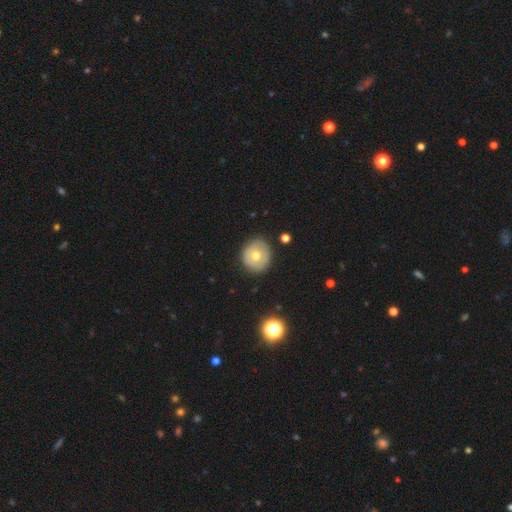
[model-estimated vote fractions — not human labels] A smooth galaxy with no disk features (61%) that is round (89%).

Vote fractions:
- Smooth or featured? smooth: 61% / featured or disk: 30% / star or artifact: 9%
- How rounded? round: 89% / in between: 10% / cigar-shaped: 1%
- Merging? none: 85% / minor disturbance: 11% / major disturbance: 3% / merger: 2%